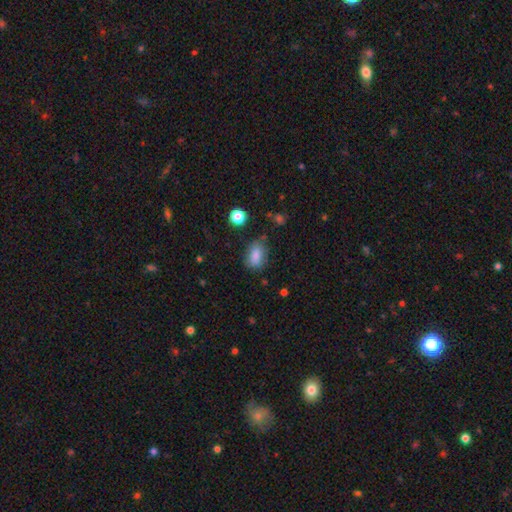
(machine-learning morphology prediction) Smooth or featured: smooth — 84% (star or artifact — 9%)
How rounded: in between — 82% (round — 15%)
Merging: none — 71% (minor disturbance — 20%)